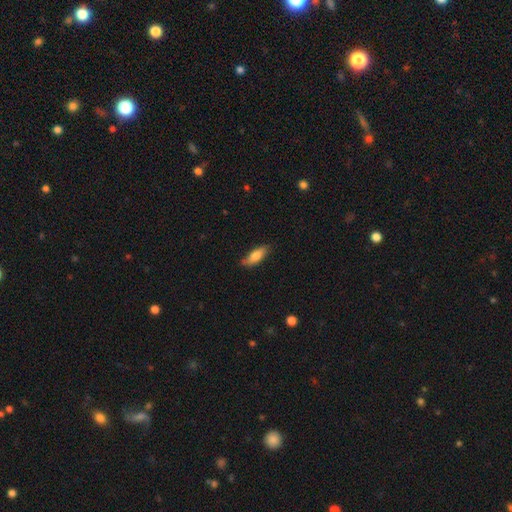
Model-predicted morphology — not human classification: This is likely a smooth galaxy (77%). How rounded: likely in between (62%). Merging: likely none (76%).